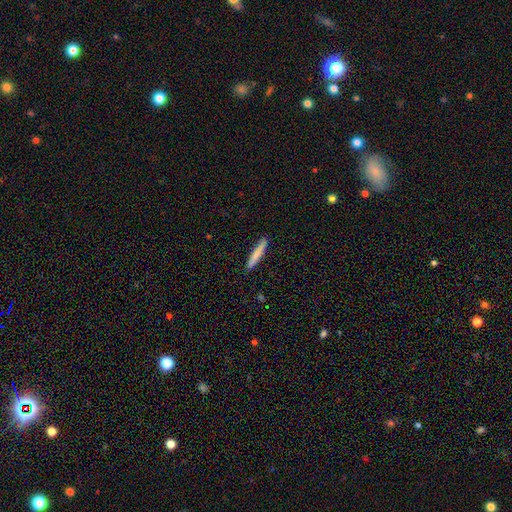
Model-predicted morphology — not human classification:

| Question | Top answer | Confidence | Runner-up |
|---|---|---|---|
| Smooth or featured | smooth | 76% | featured or disk (18%) |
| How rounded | cigar-shaped | 94% | in between (4%) |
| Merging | none | 90% | minor disturbance (7%) |